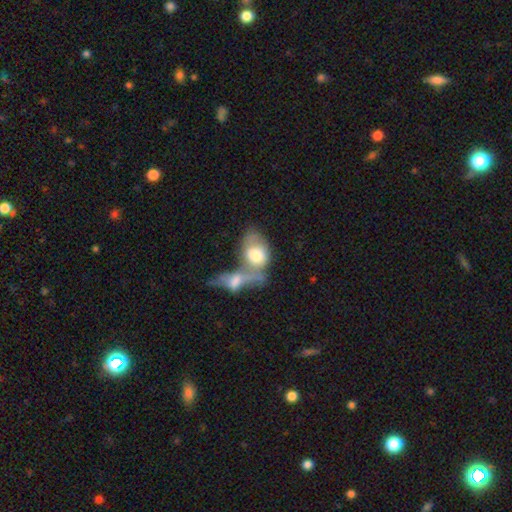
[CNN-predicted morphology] type=smooth (60%); roundness=in between (82%); merging=merger (67%).